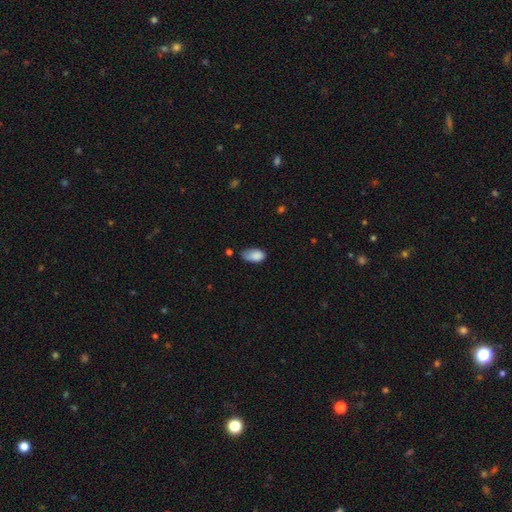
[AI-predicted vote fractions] smooth-or-featured: smooth: 84% | featured or disk: 9% | star or artifact: 8%
  how-rounded: in between: 93% | round: 5% | cigar-shaped: 2%
  merging: none: 45% | minor disturbance: 40% | major disturbance: 11% | merger: 4%